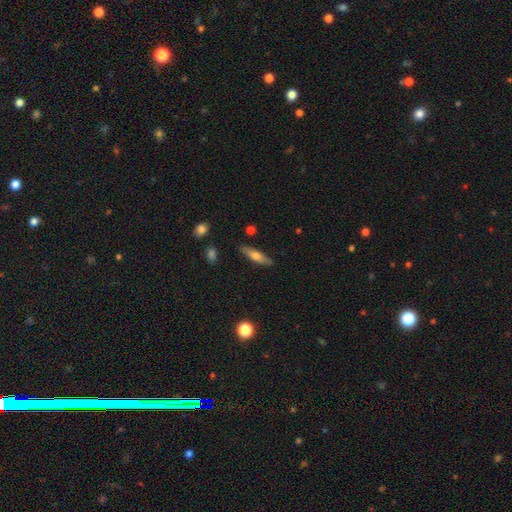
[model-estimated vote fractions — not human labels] This appears to be a smooth galaxy with no disk features (52%) that is cigar-shaped (74%). Merging: none (86%).